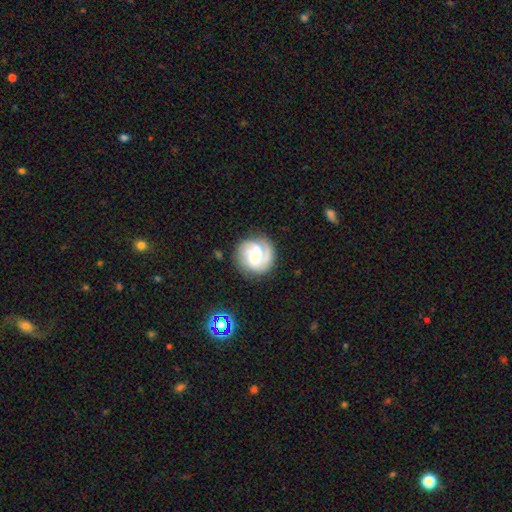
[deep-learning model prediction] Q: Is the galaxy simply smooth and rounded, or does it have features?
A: featured or disk — 72%.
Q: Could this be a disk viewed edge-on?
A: no — 98%.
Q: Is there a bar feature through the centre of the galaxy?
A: no — 57%.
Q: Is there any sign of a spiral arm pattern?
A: yes — 94%.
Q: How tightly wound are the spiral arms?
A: tight — 53%.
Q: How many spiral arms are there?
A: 2 — 37%.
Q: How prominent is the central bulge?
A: small — 40%.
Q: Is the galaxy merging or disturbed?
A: none — 75%.